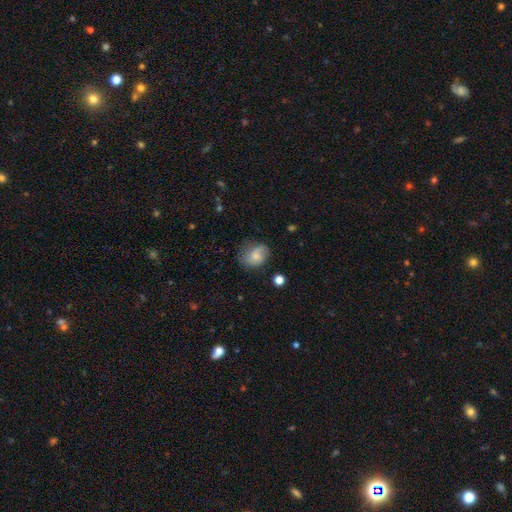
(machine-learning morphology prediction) This is possibly a smooth galaxy (59%). How rounded: possibly in between (53%). Merging: possibly none (55%).